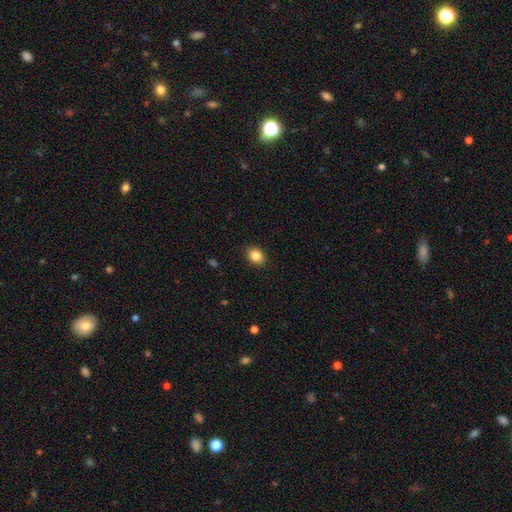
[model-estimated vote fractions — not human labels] Smooth or featured? Predicted: smooth (p=0.86). How rounded? Predicted: in between (p=0.58). Merging? Predicted: none (p=0.89).